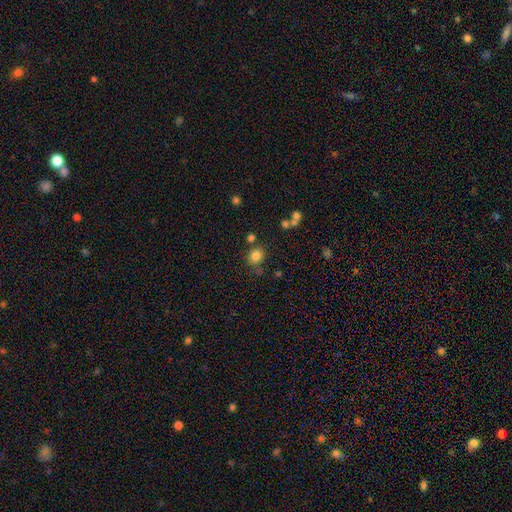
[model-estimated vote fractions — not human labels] The model was most divided on "how rounded": round: 74%, in between: 25%, cigar-shaped: 1%. More confident: smooth or featured — smooth (82%); merging — none (73%).